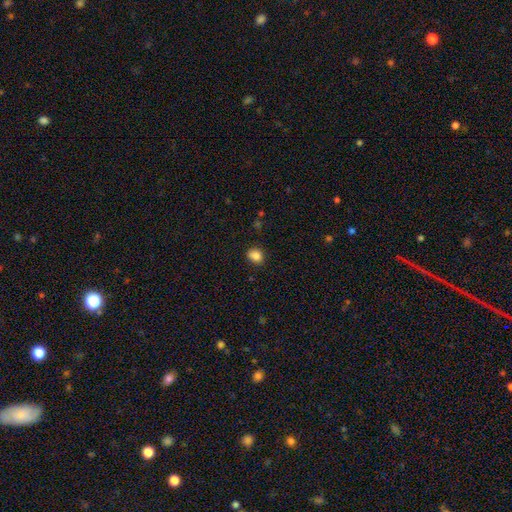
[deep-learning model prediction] smooth-or-featured: smooth: 86% | star or artifact: 10% | featured or disk: 5%
  how-rounded: round: 53% | in between: 47% | cigar-shaped: 1%
  merging: none: 83% | minor disturbance: 13% | major disturbance: 3% | merger: 1%